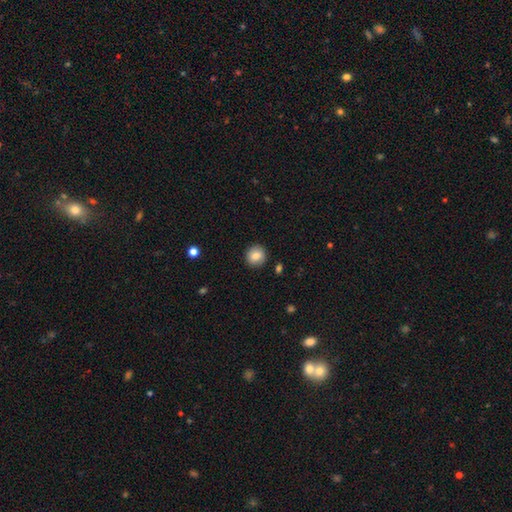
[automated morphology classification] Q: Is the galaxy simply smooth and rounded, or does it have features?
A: smooth — 83%.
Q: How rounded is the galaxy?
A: round — 90%.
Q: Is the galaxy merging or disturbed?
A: none — 90%.